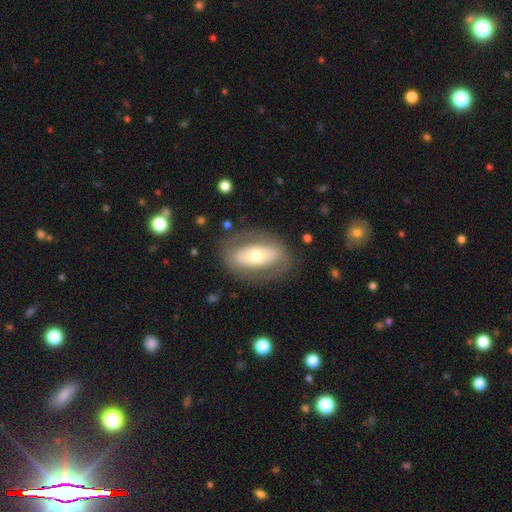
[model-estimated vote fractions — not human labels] Overall: featured or disk (49%; smooth 45%). Merging: none (77%).